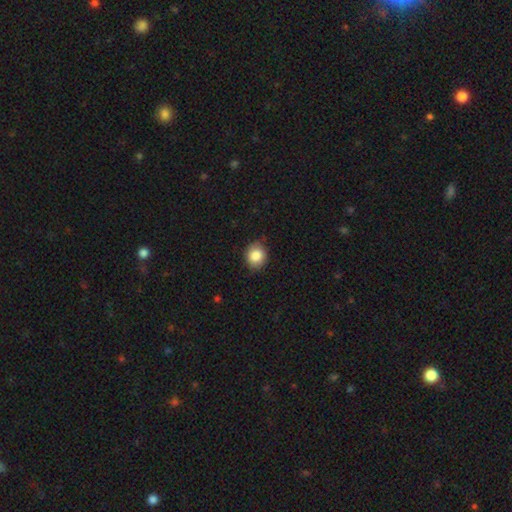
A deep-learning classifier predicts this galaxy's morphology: smooth-or-featured: smooth: 85% | star or artifact: 9% | featured or disk: 6%
  how-rounded: round: 69% | in between: 30% | cigar-shaped: 1%
  merging: none: 85% | minor disturbance: 12% | major disturbance: 2% | merger: 1%